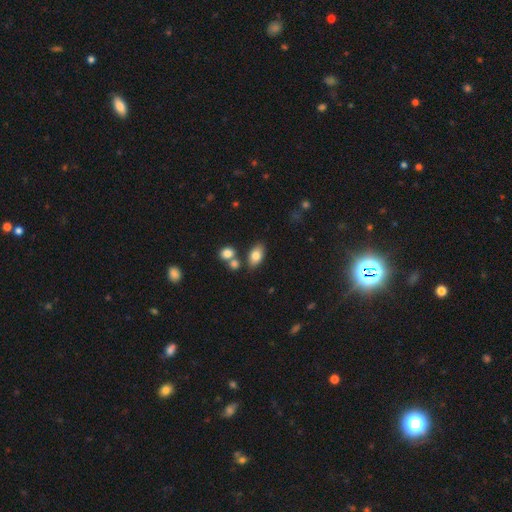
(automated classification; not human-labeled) Smooth or featured?
  - smooth: 79% *
  - featured or disk: 13%
  - star or artifact: 8%
How rounded?
  - in between: 89% *
  - round: 8%
  - cigar-shaped: 3%
Merging?
  - none: 71% *
  - merger: 14%
  - minor disturbance: 11%
  - major disturbance: 3%